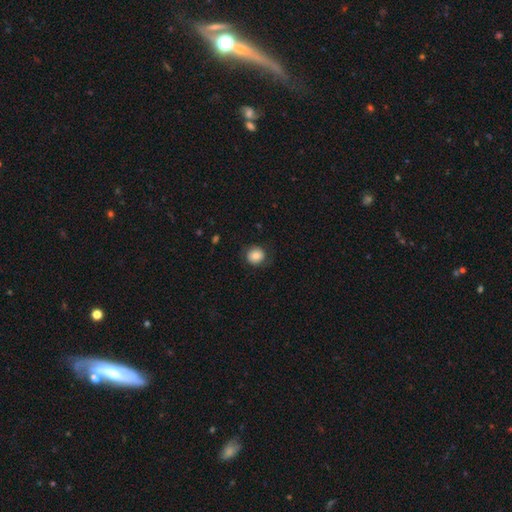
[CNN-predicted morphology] smooth-or-featured: smooth: 77% | featured or disk: 14% | star or artifact: 9%
  how-rounded: round: 90% | in between: 9% | cigar-shaped: 1%
  merging: none: 81% | minor disturbance: 13% | major disturbance: 5% | merger: 1%